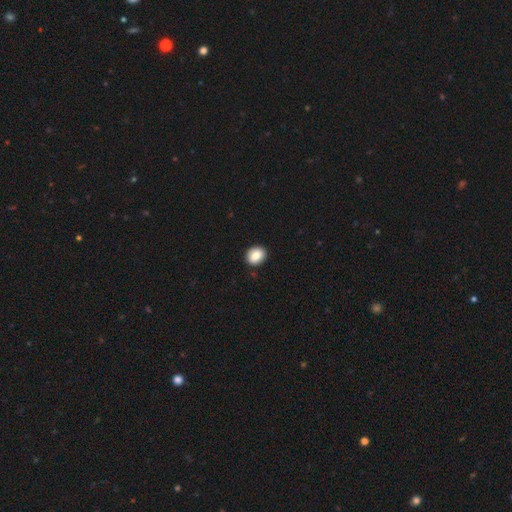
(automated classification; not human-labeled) This is clearly a smooth galaxy (84%). How rounded: possibly round (57%). Merging: clearly none (91%).